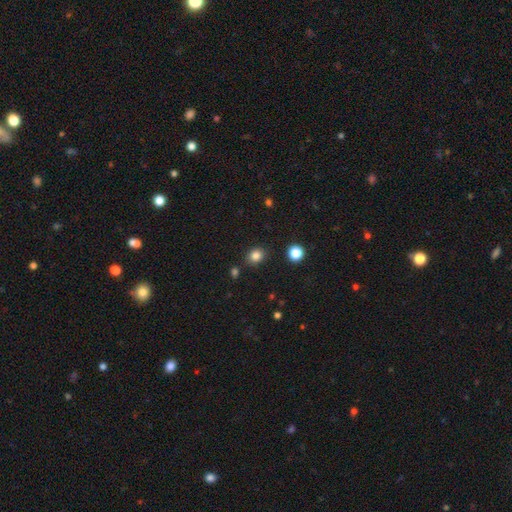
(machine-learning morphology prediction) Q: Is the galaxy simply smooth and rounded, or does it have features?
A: smooth — 83%.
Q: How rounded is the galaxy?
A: round — 61%.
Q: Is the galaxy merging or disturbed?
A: none — 85%.